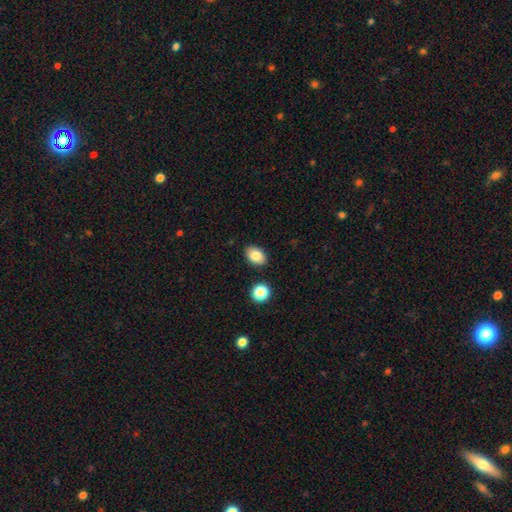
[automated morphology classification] Smooth or featured: smooth — 84% (star or artifact — 9%)
How rounded: in between — 82% (round — 17%)
Merging: none — 87% (minor disturbance — 8%)